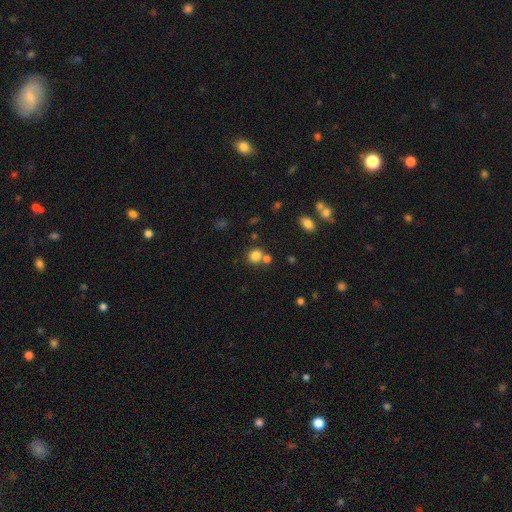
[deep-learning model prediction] smooth 81%, star or artifact 12%, featured or disk 6%. Down the decision tree: how rounded — round (84%); merging — none (63%).